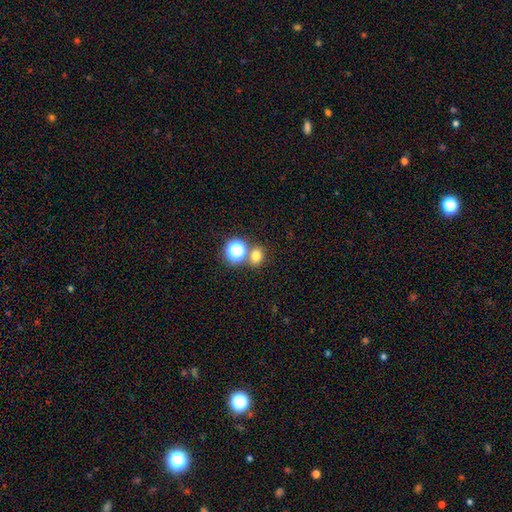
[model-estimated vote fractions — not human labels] This appears to be a smooth galaxy with no disk features (73%) that is round (62%). Merging: none (68%).